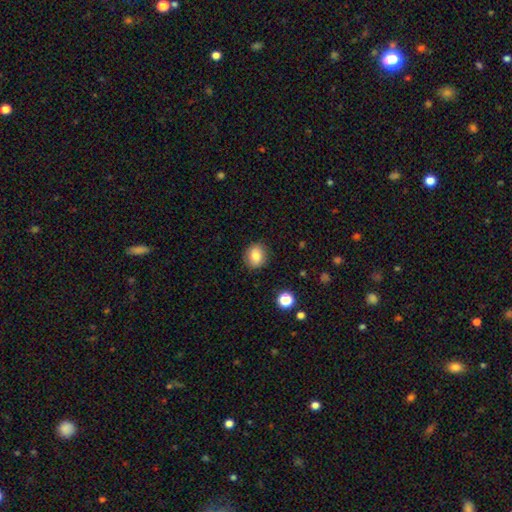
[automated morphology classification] Smooth or featured? Predicted: smooth (p=0.82). How rounded? Predicted: round (p=0.63). Merging? Predicted: none (p=0.87).